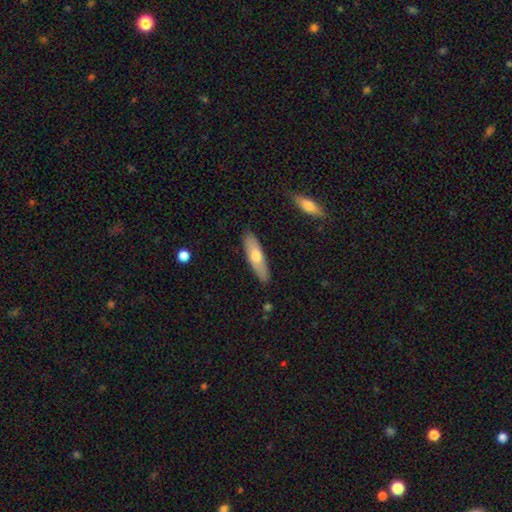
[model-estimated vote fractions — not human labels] smooth-or-featured: smooth: 61% | featured or disk: 34% | star or artifact: 5%
  how-rounded: cigar-shaped: 61% | in between: 37% | round: 2%
  merging: none: 87% | minor disturbance: 9% | major disturbance: 2% | merger: 1%